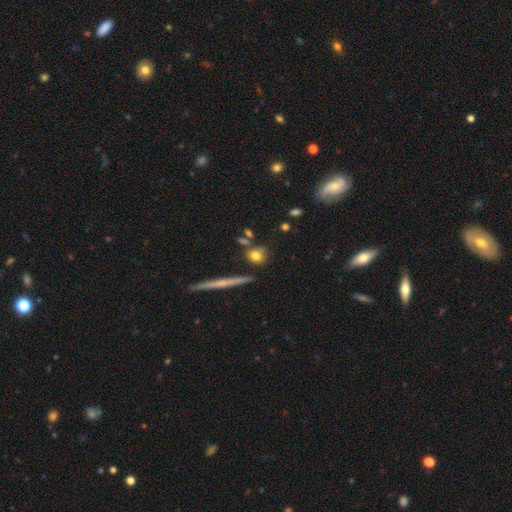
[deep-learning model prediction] A smooth galaxy with no disk features (73%) that is round (66%).

Vote fractions:
- Smooth or featured? smooth: 73% / featured or disk: 16% / star or artifact: 10%
- How rounded? round: 66% / in between: 24% / cigar-shaped: 10%
- Merging? none: 70% / minor disturbance: 15% / merger: 10% / major disturbance: 5%